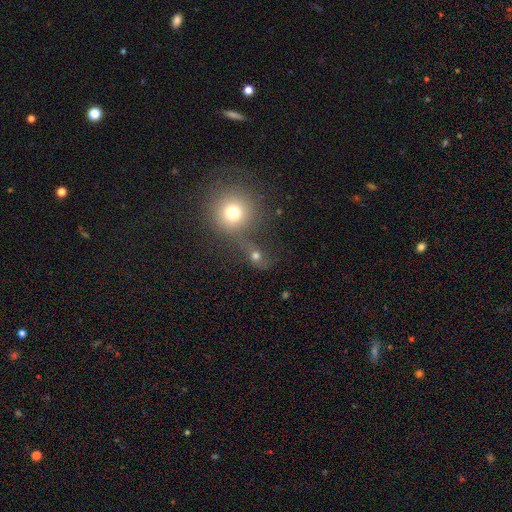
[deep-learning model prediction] The model was most divided on "merging": merger: 38%, none: 36%, major disturbance: 15%, minor disturbance: 11%. More confident: how rounded — round (67%); smooth or featured — smooth (62%).